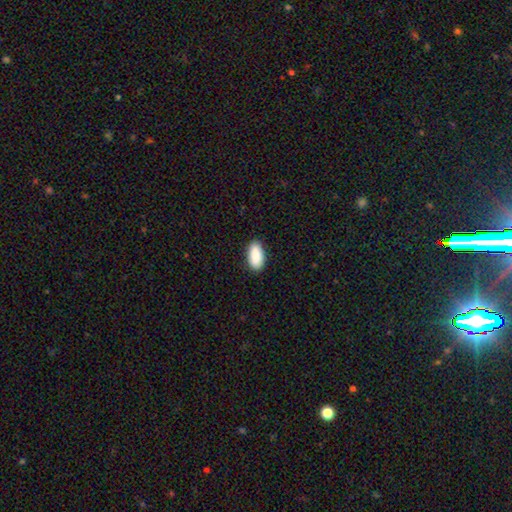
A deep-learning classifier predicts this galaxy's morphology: Q: Smooth or featured?
A: smooth (91%); runner-up: star or artifact (6%)
Q: How rounded?
A: in between (93%); runner-up: cigar-shaped (5%)
Q: Merging?
A: none (88%); runner-up: minor disturbance (9%)